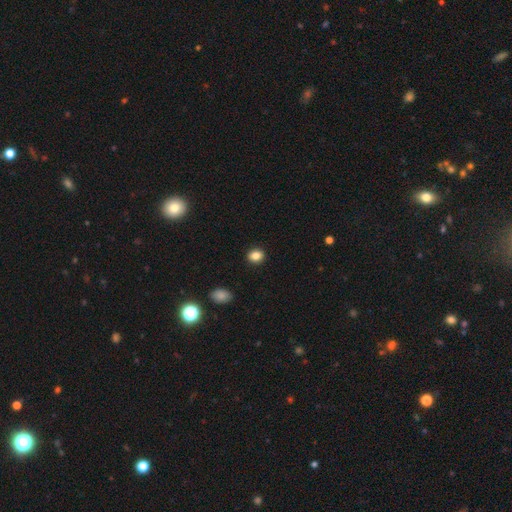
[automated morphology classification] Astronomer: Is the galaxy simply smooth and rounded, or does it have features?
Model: smooth — 85%.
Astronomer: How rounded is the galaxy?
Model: round — 62%.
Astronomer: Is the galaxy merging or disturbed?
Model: none — 91%.